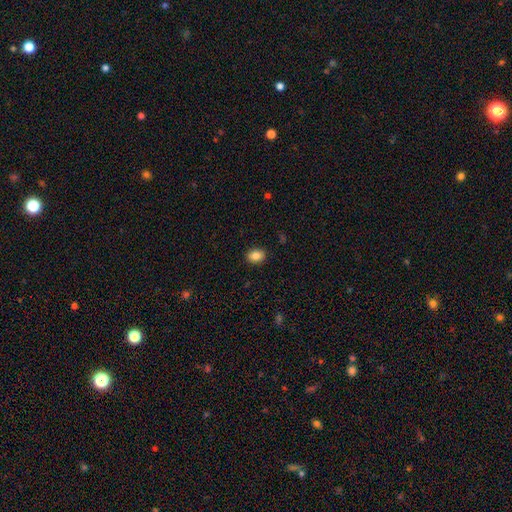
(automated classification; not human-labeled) Smooth or featured? smooth (86%)
How rounded? in between (65%)
Merging? none (89%)